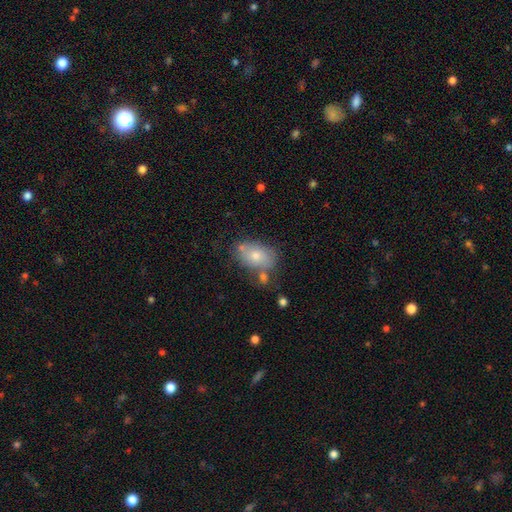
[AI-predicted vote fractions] This is likely a smooth galaxy (71%). How rounded: clearly in between (86%). Merging: possibly none (58%).